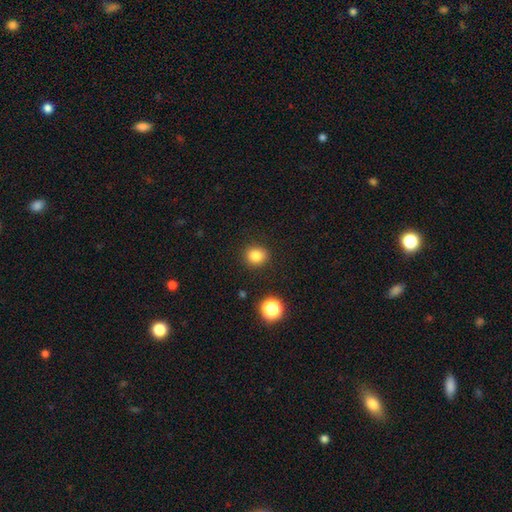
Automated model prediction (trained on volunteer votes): Smooth or featured? smooth (82%)
How rounded? round (78%)
Merging? none (88%)